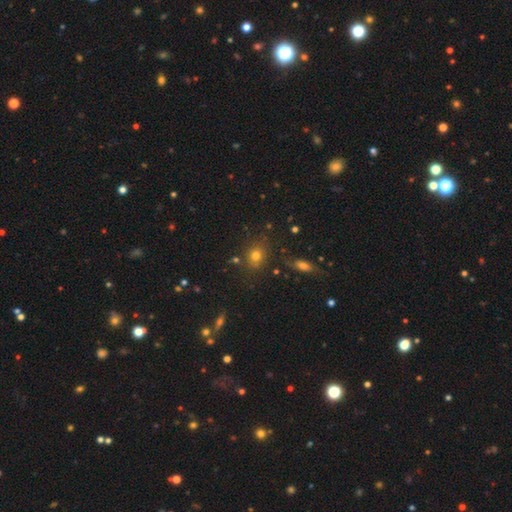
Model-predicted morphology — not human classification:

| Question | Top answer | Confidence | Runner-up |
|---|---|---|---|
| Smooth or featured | smooth | 72% | star or artifact (18%) |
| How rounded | round | 69% | in between (29%) |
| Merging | none | 78% | minor disturbance (12%) |